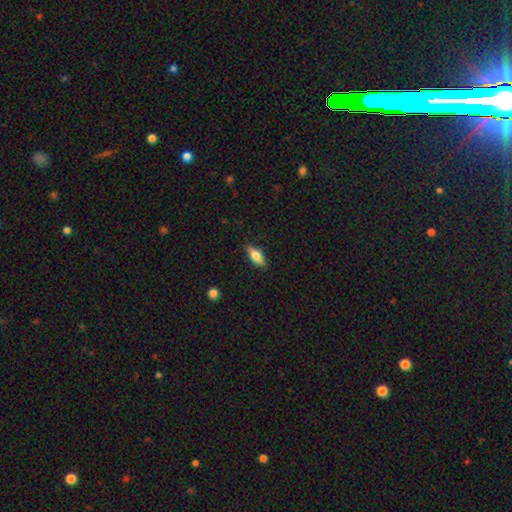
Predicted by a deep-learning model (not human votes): This is likely a smooth galaxy (72%). How rounded: likely in between (73%). Merging: clearly none (87%).